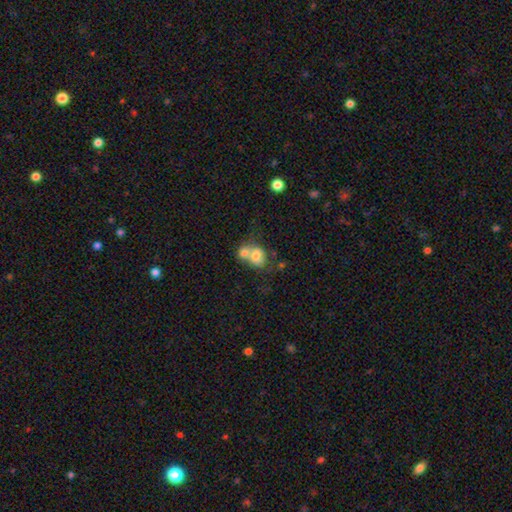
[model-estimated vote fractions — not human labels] Smooth or featured?
  - smooth: 70% *
  - featured or disk: 20%
  - star or artifact: 10%
How rounded?
  - round: 56% *
  - in between: 43%
  - cigar-shaped: 1%
Merging?
  - merger: 63% *
  - none: 25%
  - minor disturbance: 8%
  - major disturbance: 4%